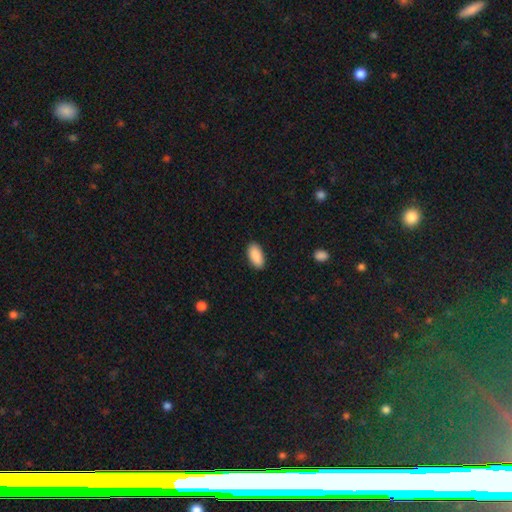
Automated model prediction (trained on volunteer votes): This appears to be a smooth galaxy with no disk features (90%) that is in between round and cigar-shaped (92%). Merging: none (89%).